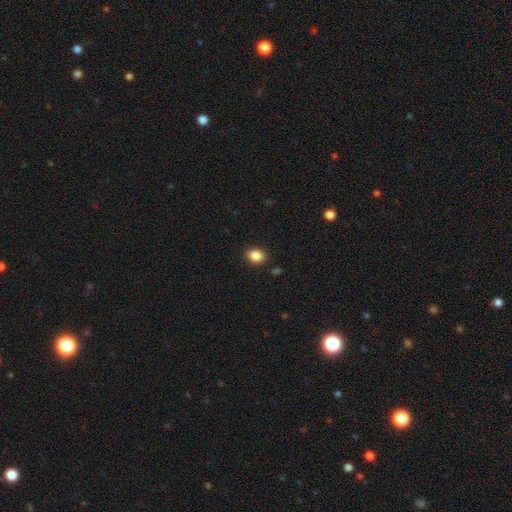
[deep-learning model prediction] Smooth or featured? smooth (86%)
How rounded? in between (62%)
Merging? none (88%)